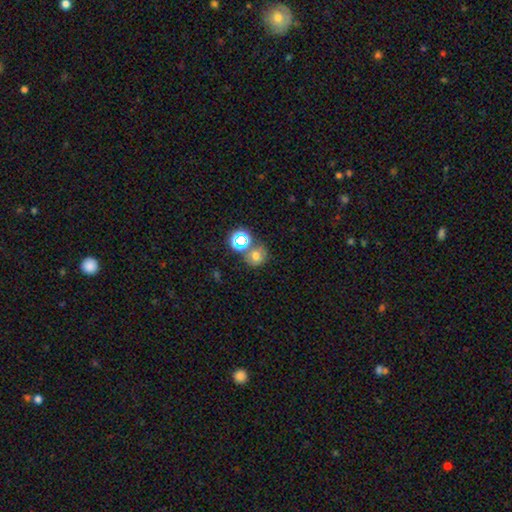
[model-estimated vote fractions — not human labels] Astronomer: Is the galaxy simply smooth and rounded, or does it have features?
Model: smooth — 60%.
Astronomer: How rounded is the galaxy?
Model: round — 73%.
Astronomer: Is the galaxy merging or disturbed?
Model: none — 55%.